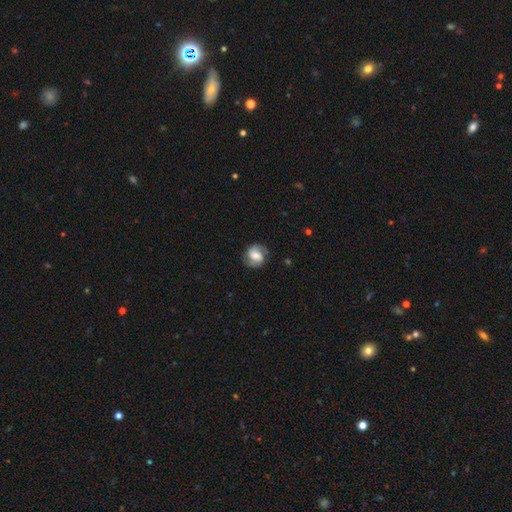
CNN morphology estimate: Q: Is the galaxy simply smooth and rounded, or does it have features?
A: featured or disk — 60%.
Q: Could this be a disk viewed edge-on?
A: no — 97%.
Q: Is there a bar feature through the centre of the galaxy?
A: weak — 42%.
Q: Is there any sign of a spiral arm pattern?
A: yes — 85%.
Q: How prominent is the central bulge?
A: moderate — 57%.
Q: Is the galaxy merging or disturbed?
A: none — 78%.